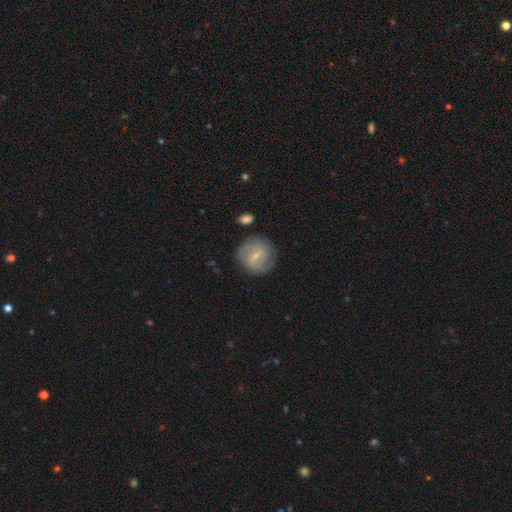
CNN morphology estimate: The model was most divided on "smooth or featured": featured or disk: 60%, smooth: 33%, star or artifact: 7%. More confident: edge-on disk — no (96%); spiral arms — yes (80%); merging — none (76%); bulge size — small (71%); bar — weak (55%).